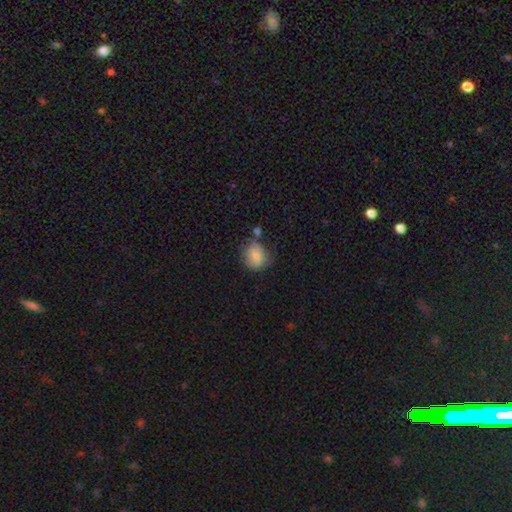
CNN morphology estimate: Smooth or featured? Predicted: smooth (p=0.77). How rounded? Predicted: round (p=0.76). Merging? Predicted: none (p=0.64).